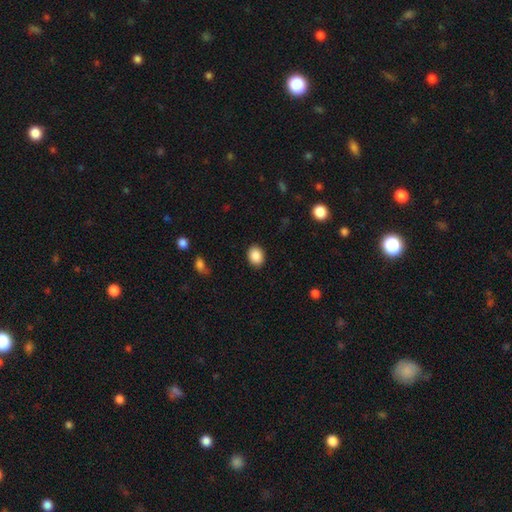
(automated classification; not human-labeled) Morphology: type=smooth (88%); roundness=in between (56%); merging=none (89%).